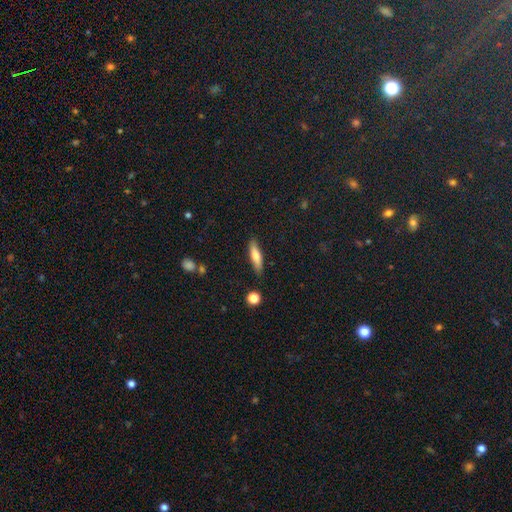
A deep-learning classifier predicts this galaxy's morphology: Smooth or featured? Predicted: smooth (p=0.70). How rounded? Predicted: cigar-shaped (p=0.71). Merging? Predicted: none (p=0.85).